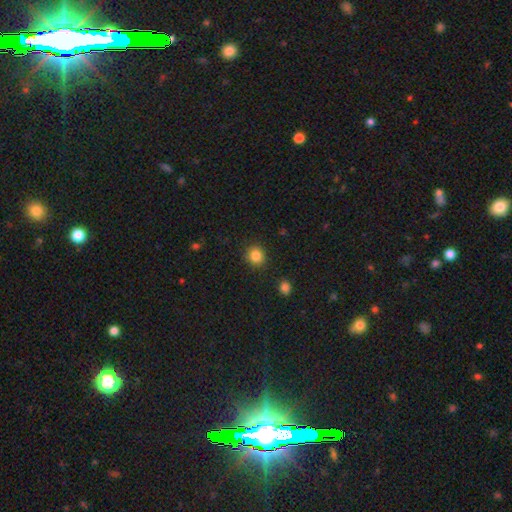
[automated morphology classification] Q: Smooth or featured?
A: smooth (85%); runner-up: star or artifact (11%)
Q: How rounded?
A: round (87%); runner-up: in between (12%)
Q: Merging?
A: none (87%); runner-up: minor disturbance (8%)